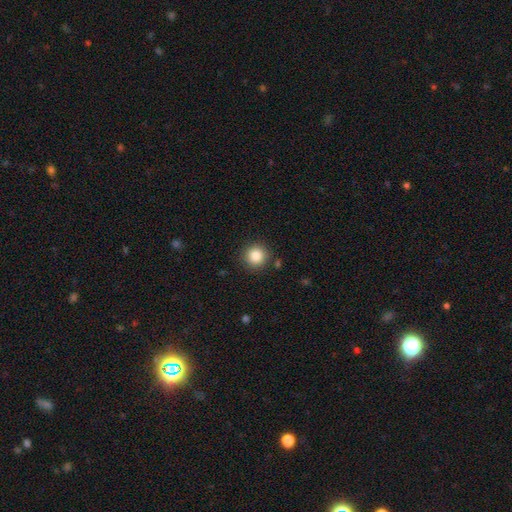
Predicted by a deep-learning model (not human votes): The model was most divided on "smooth or featured": smooth: 85%, star or artifact: 10%, featured or disk: 5%. More confident: how rounded — round (94%); merging — none (89%).